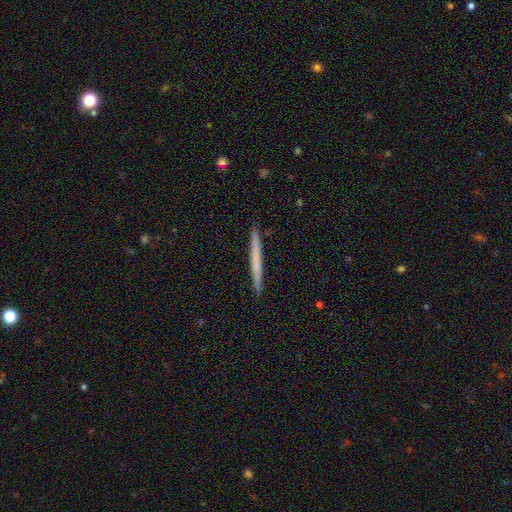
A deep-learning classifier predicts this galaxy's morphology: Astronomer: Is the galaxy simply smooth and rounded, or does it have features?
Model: smooth — 55% (runner-up: featured or disk, 39%).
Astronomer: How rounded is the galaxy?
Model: cigar-shaped — 97%.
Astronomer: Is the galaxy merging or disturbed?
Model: none — 93%.